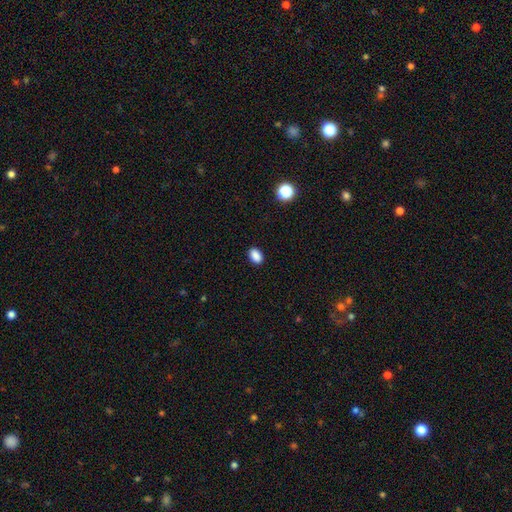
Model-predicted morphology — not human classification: smooth_or_featured: smooth (p=0.88) [alt: star or artifact p=0.09]
how_rounded: in between (p=0.85) [alt: round p=0.13]
merging: none (p=0.89) [alt: minor disturbance p=0.08]